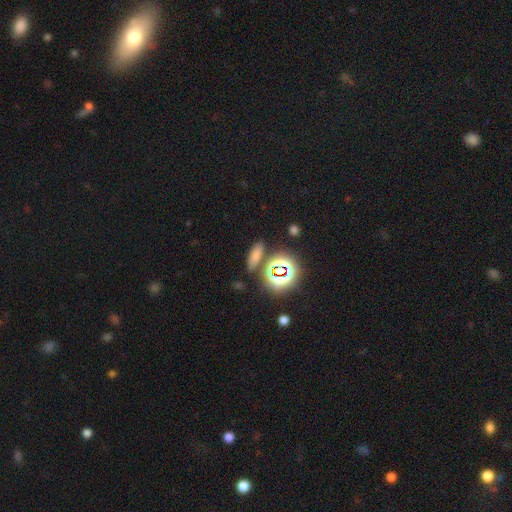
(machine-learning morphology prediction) Q: Smooth or featured?
A: smooth (63%); runner-up: star or artifact (29%)
Q: How rounded?
A: in between (59%); runner-up: cigar-shaped (28%)
Q: Merging?
A: none (79%); runner-up: minor disturbance (10%)